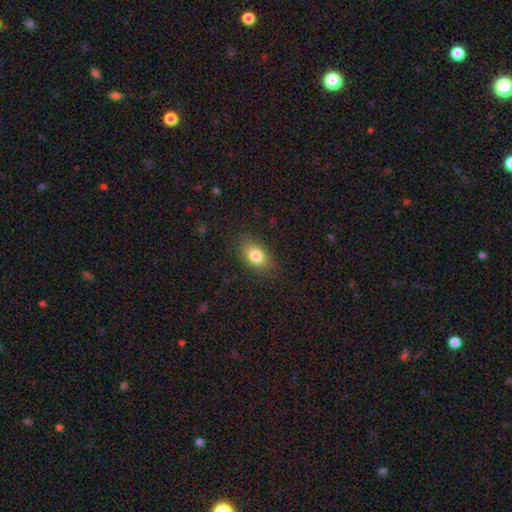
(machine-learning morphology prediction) A smooth galaxy with no disk features (81%) that is in between round and cigar-shaped (83%).

Vote fractions:
- Smooth or featured? smooth: 81% / featured or disk: 10% / star or artifact: 9%
- How rounded? in between: 83% / round: 14% / cigar-shaped: 3%
- Merging? none: 82% / minor disturbance: 13% / major disturbance: 4% / merger: 1%